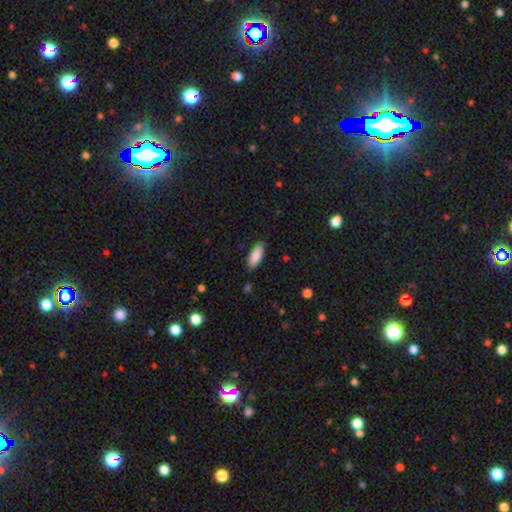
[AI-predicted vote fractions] A smooth galaxy with no disk features (88%) that is in between round and cigar-shaped (72%).

Vote fractions:
- Smooth or featured? smooth: 88% / star or artifact: 6% / featured or disk: 6%
- How rounded? in between: 72% / cigar-shaped: 26% / round: 2%
- Merging? none: 86% / minor disturbance: 11% / major disturbance: 2% / merger: 1%